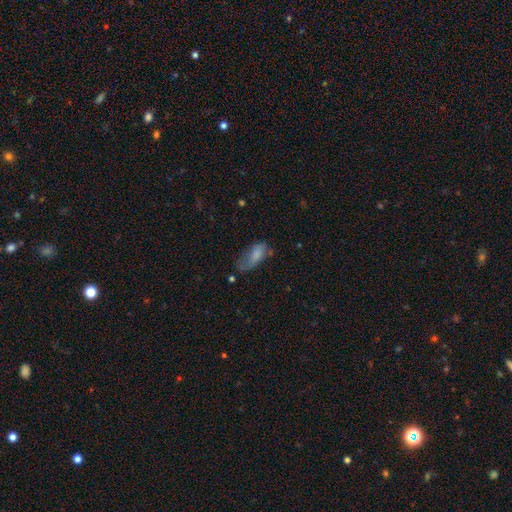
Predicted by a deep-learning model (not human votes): This is likely a smooth galaxy (72%). How rounded: clearly in between (85%). Merging: marginally none (33%, tied with minor disturbance).